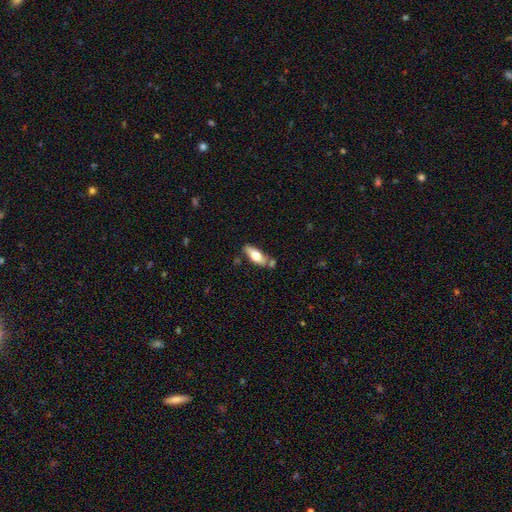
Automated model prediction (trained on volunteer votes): Smooth or featured? smooth (60%)
How rounded? in between (70%)
Merging? none (66%)